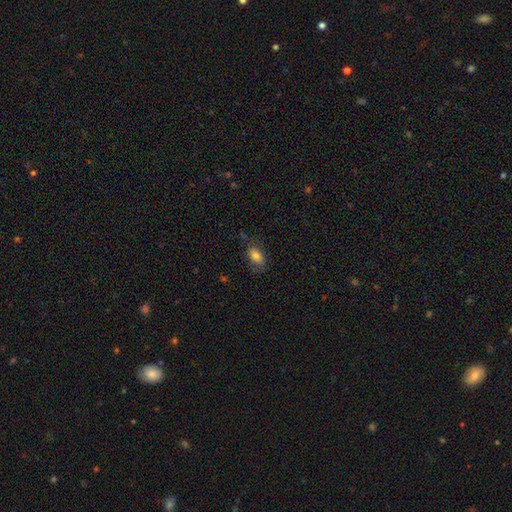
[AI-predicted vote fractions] smooth_or_featured: smooth (p=0.76) [alt: featured or disk p=0.15]
how_rounded: in between (p=0.90) [alt: round p=0.07]
merging: none (p=0.66) [alt: minor disturbance p=0.23]